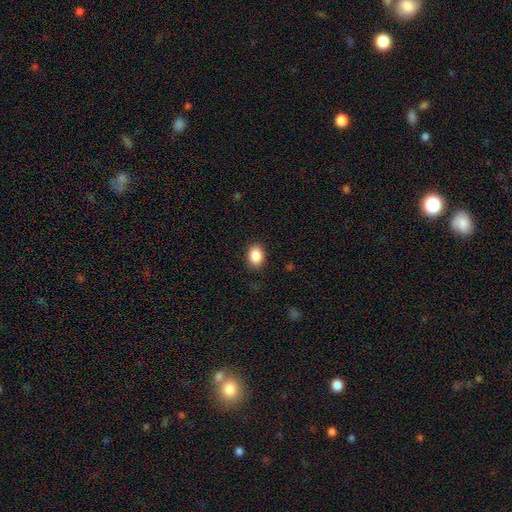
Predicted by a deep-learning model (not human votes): A smooth galaxy with no disk features (88%) that is in between round and cigar-shaped (68%). Merging: none (87%).